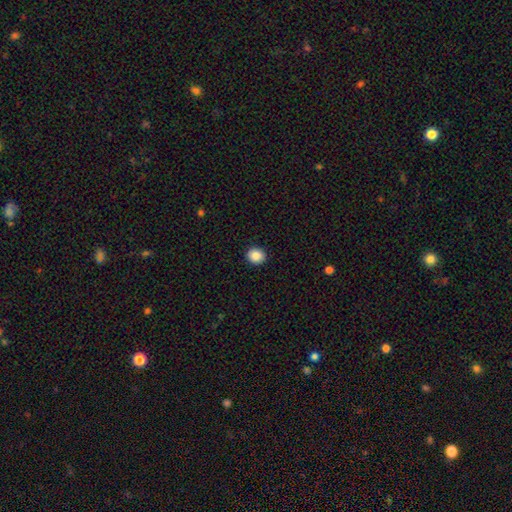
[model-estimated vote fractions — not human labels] This appears to be a smooth galaxy with no disk features (88%) that is round (81%). Merging: none (92%).